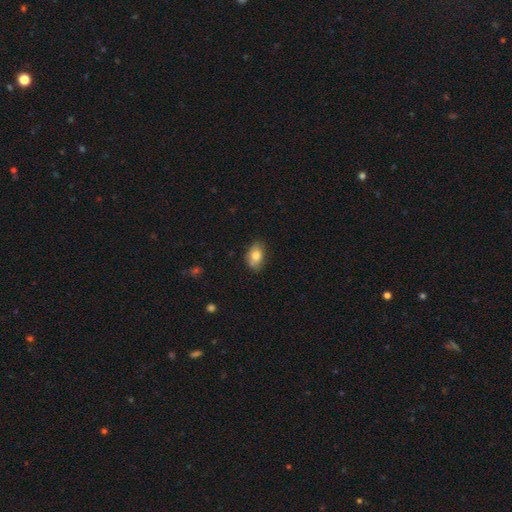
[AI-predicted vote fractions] Morphology: type=smooth (78%); roundness=in between (84%); merging=none (70%).